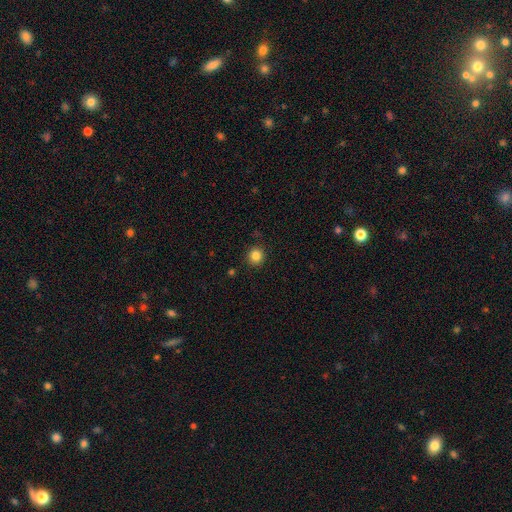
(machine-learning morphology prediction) Overall: smooth (84%). How rounded: round (92%). Merging: none (91%).